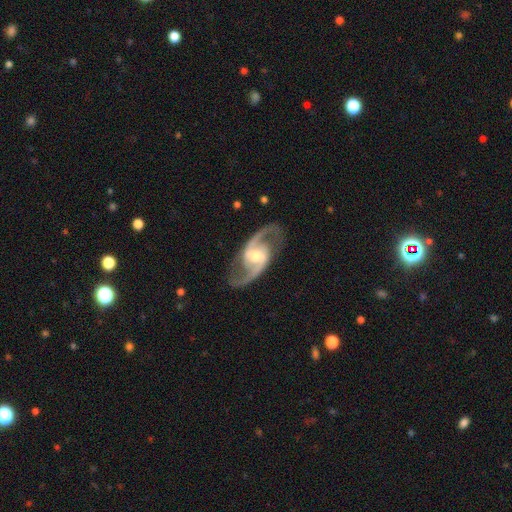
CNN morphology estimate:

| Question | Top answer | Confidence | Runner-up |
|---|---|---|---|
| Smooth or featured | featured or disk | 93% | star or artifact (4%) |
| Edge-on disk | no | 97% | yes (3%) |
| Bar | weak | 44% | strong (31%) |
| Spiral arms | yes | 98% | no (2%) |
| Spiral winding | medium | 57% | loose (32%) |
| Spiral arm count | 2 | 94% | can't tell (2%) |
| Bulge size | moderate | 62% | small (25%) |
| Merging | none | 85% | minor disturbance (10%) |